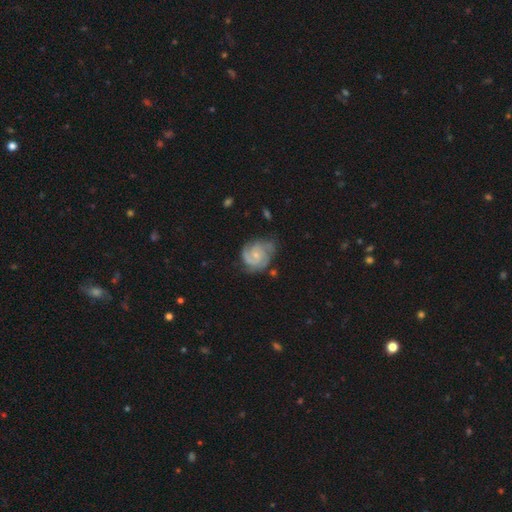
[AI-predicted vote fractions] A featured or disk galaxy (86%) with no bar (68%), 3 (47%) tight (58%) spiral arms (97%) and a small central bulge (67%).

Vote fractions:
- Smooth or featured? featured or disk: 86% / smooth: 9% / star or artifact: 5%
- Edge-on disk? no: 98% / yes: 2%
- Bar? no: 68% / weak: 28% / strong: 4%
- Spiral arms? yes: 97% / no: 3%
- Spiral winding? tight: 58% / medium: 36% / loose: 6%
- Spiral arm count? 3: 47% / 2: 27% / can't tell: 10% / 4: 8% / 1: 4% / more than 4: 4%
- Bulge size? small: 67% / moderate: 26% / none: 5% / large: 1% / dominant: 1%
- Merging? none: 67% / minor disturbance: 22% / major disturbance: 8% / merger: 2%